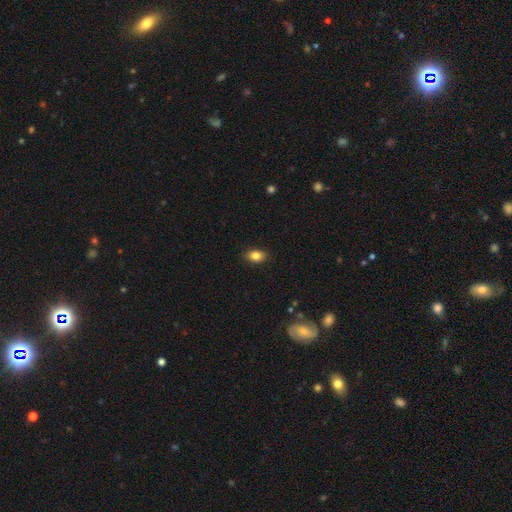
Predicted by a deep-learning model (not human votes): A smooth galaxy with no disk features (84%) that is in between round and cigar-shaped (84%). Merging: none (88%).